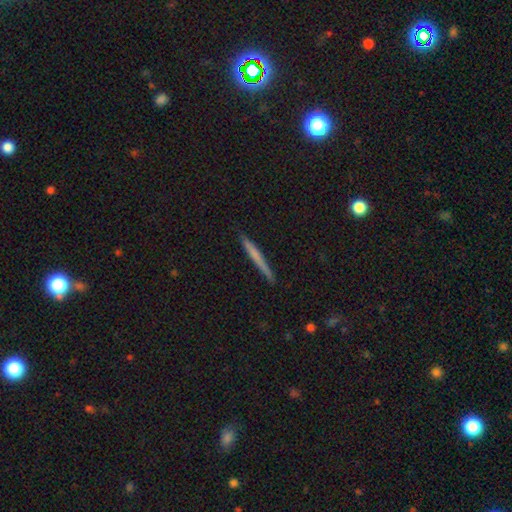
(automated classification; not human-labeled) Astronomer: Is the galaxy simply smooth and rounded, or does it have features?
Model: smooth — 58% (runner-up: featured or disk, 36%).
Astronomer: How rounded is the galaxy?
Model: cigar-shaped — 97%.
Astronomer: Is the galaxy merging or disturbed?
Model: none — 90%.